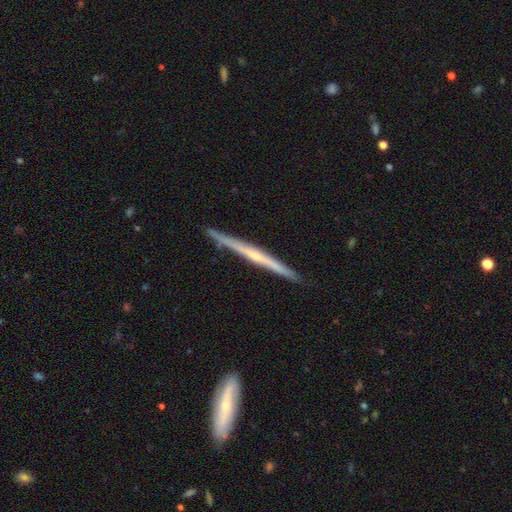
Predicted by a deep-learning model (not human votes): Smooth or featured: featured or disk — 76% (smooth — 19%)
Edge-on disk: yes — 98% (no — 2%)
Edge-on bulge: rounded — 55% (none — 39%)
Merging: none — 90% (minor disturbance — 8%)